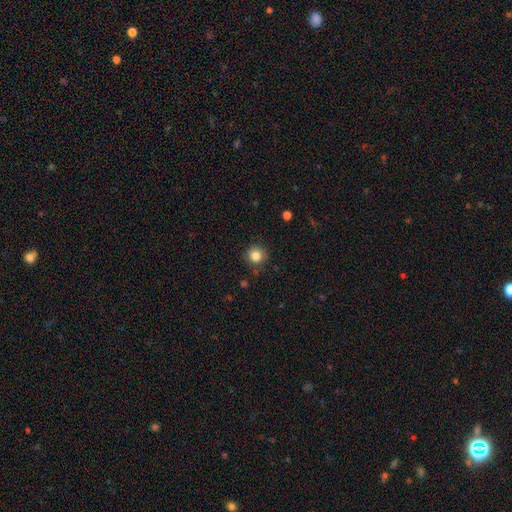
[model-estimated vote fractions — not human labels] Smooth or featured? smooth (83%)
How rounded? round (93%)
Merging? none (87%)